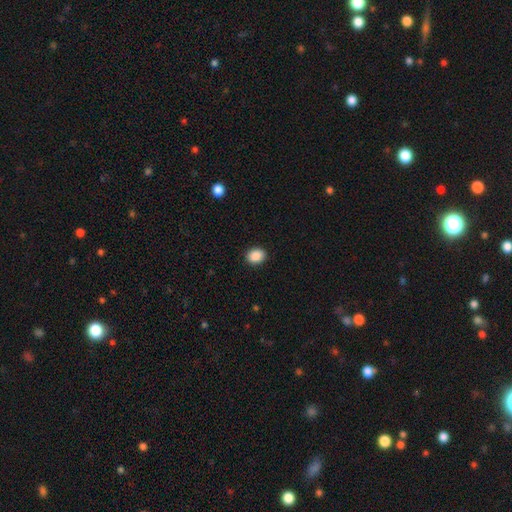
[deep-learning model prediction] A smooth galaxy with no disk features (89%) that is in between round and cigar-shaped (52%). Merging: none (90%).